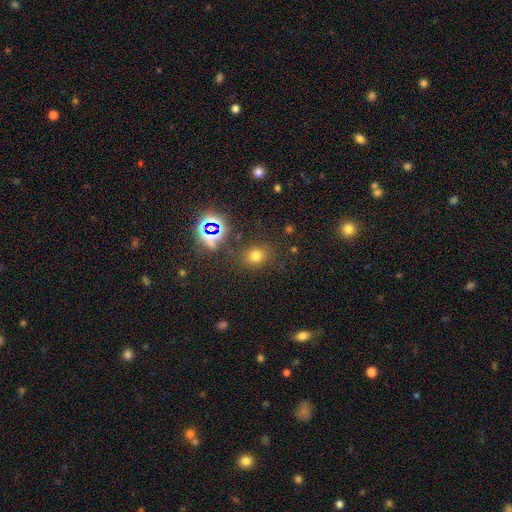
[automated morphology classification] Smooth or featured? Predicted: smooth (p=0.66). How rounded? Predicted: round (p=0.69). Merging? Predicted: none (p=0.82).